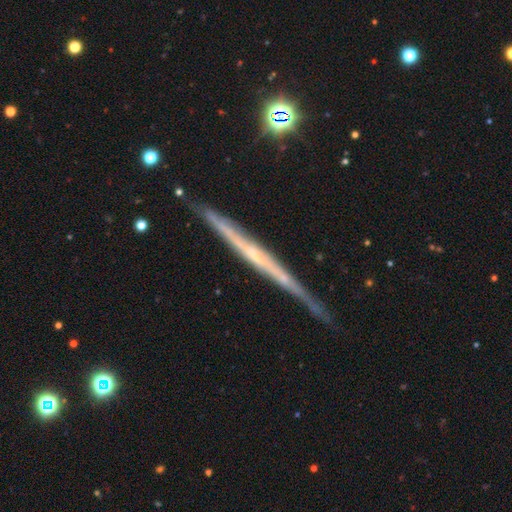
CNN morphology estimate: smooth_or_featured: featured or disk (p=0.78) [alt: smooth p=0.15]
disk_edge_on: yes (p=0.97) [alt: no p=0.03]
edge_on_bulge: none (p=0.64) [alt: rounded p=0.29]
merging: none (p=0.81) [alt: minor disturbance p=0.15]